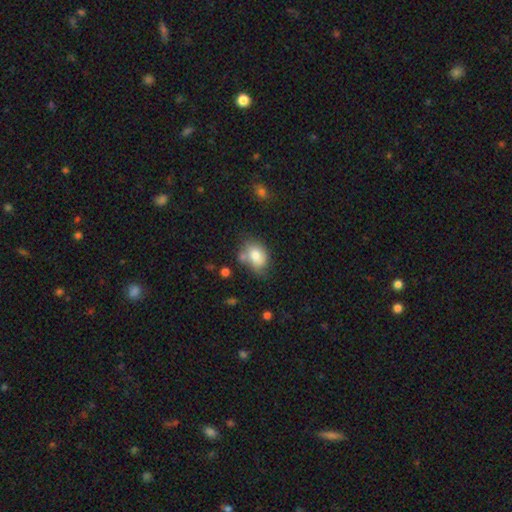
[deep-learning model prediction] A smooth galaxy with no disk features (78%) that is in between round and cigar-shaped (75%). Merging: none (50%).